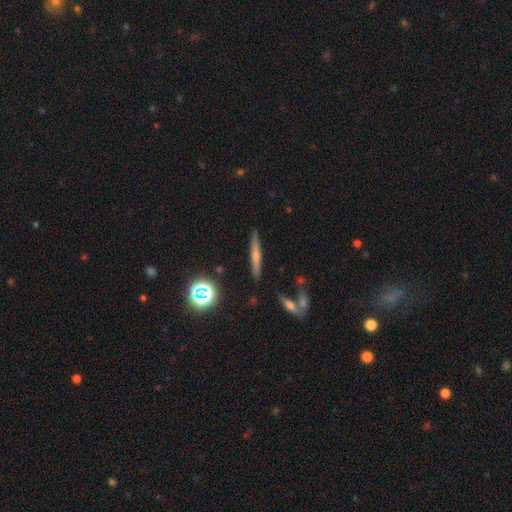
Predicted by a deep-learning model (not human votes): Smooth or featured? smooth (50%)
Merging? none (86%)